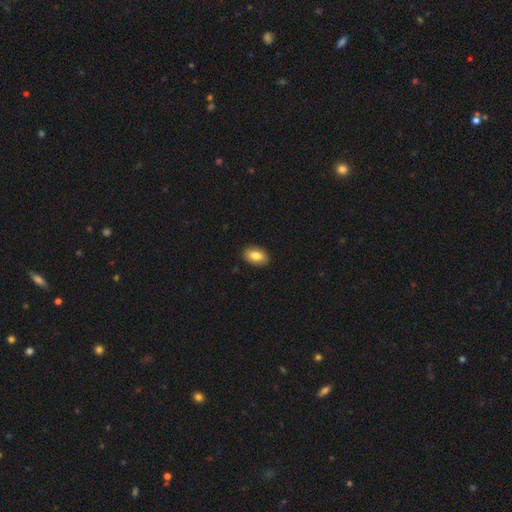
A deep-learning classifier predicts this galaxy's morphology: This is clearly a smooth galaxy (82%). How rounded: clearly in between (90%). Merging: clearly none (89%).